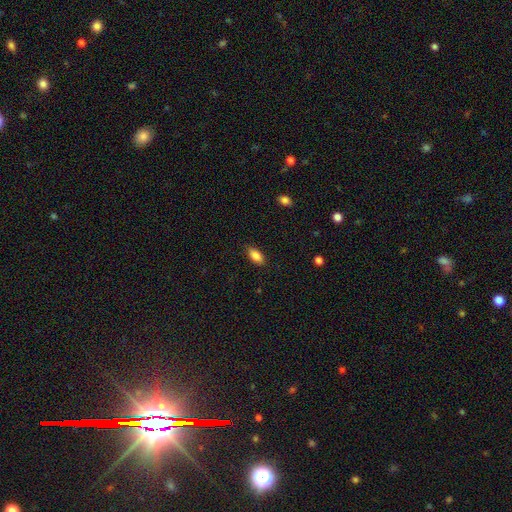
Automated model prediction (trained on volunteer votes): This is clearly a smooth galaxy (86%). How rounded: clearly in between (90%). Merging: clearly none (84%).